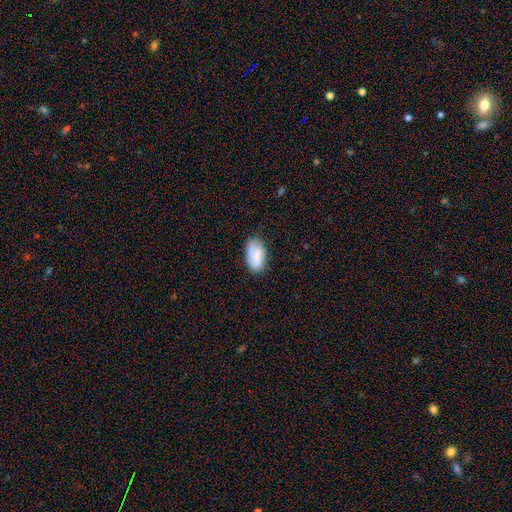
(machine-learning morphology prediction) smooth-or-featured: smooth: 73% | featured or disk: 20% | star or artifact: 8%
  how-rounded: in between: 94% | round: 4% | cigar-shaped: 2%
  merging: none: 71% | minor disturbance: 21% | major disturbance: 5% | merger: 2%